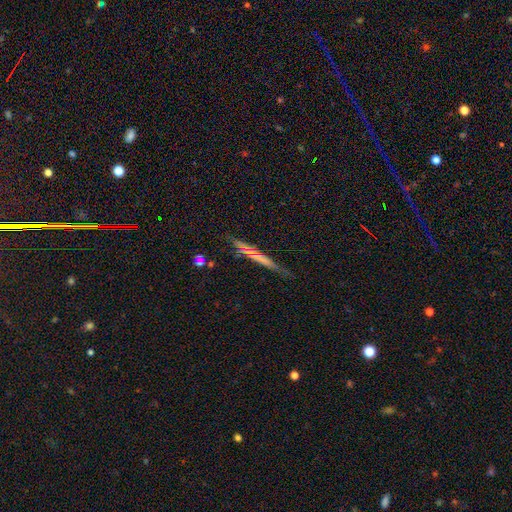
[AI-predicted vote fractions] Overall: smooth (47%; featured or disk 44%). Merging: none (75%).